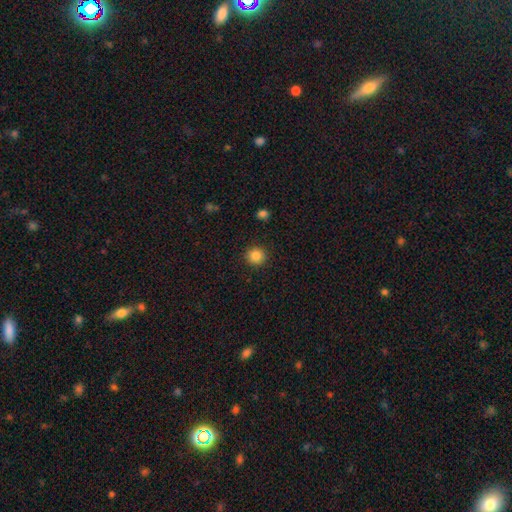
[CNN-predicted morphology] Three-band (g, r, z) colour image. It shows a smooth galaxy with no disk features (85%) that is round (93%). Merging: none (91%).